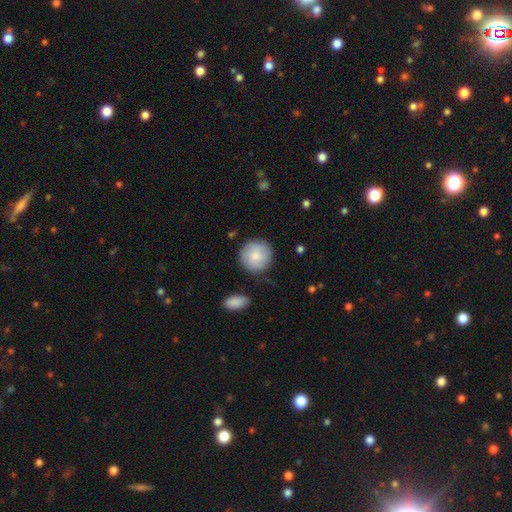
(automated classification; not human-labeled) Smooth or featured: smooth — 81% (featured or disk — 13%)
How rounded: round — 94% (in between — 5%)
Merging: none — 83% (minor disturbance — 12%)